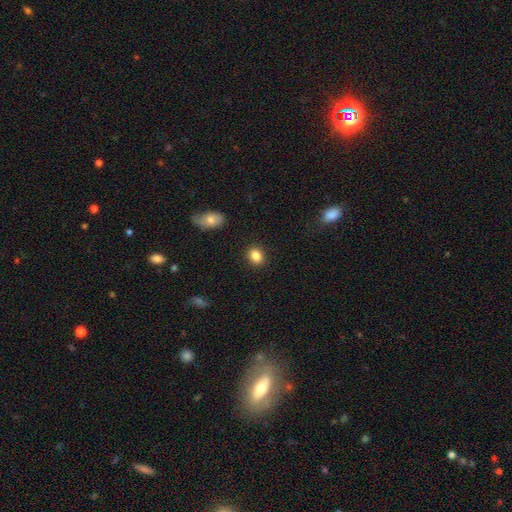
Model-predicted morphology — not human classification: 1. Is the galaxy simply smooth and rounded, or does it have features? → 85% smooth, 9% star or artifact, 5% featured or disk.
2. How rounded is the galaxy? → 53% in between, 46% round, 1% cigar-shaped.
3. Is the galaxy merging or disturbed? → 89% none, 7% minor disturbance, 2% major disturbance, 2% merger.